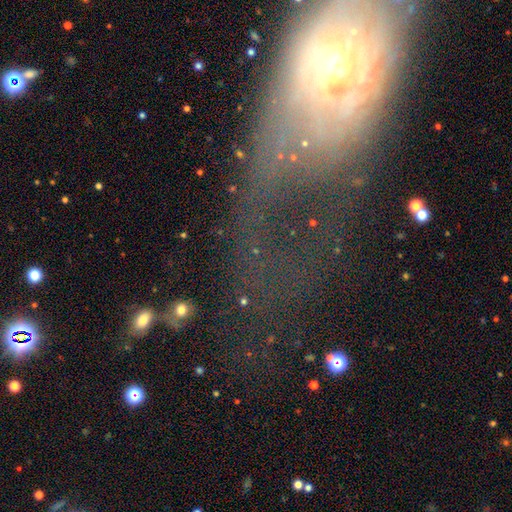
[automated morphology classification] Q: Smooth or featured?
A: featured or disk (47%); runner-up: smooth (27%)
Q: Merging?
A: major disturbance (49%); runner-up: none (28%)